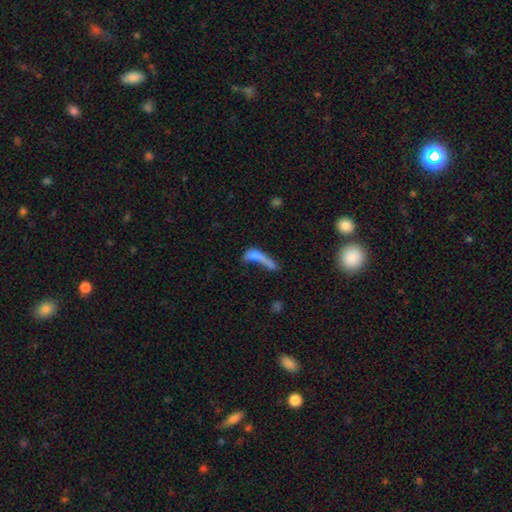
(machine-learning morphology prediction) smooth 60%, featured or disk 28%, star or artifact 12%. Down the decision tree: how rounded — cigar-shaped (63%); merging — major disturbance (36%).